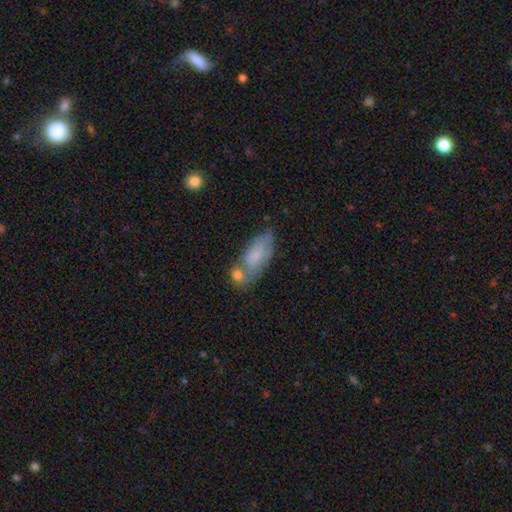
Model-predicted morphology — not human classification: smooth_or_featured: smooth (p=0.68) [alt: featured or disk p=0.25]
how_rounded: in between (p=0.79) [alt: cigar-shaped p=0.18]
merging: none (p=0.49) [alt: merger p=0.23]